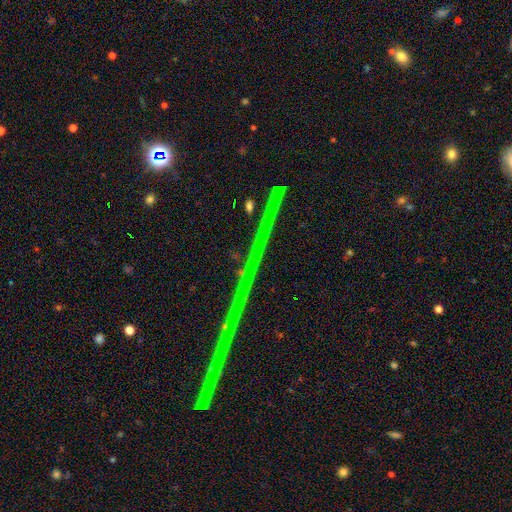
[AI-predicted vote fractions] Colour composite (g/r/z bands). It shows a star or artifact, not a galaxy (81%).